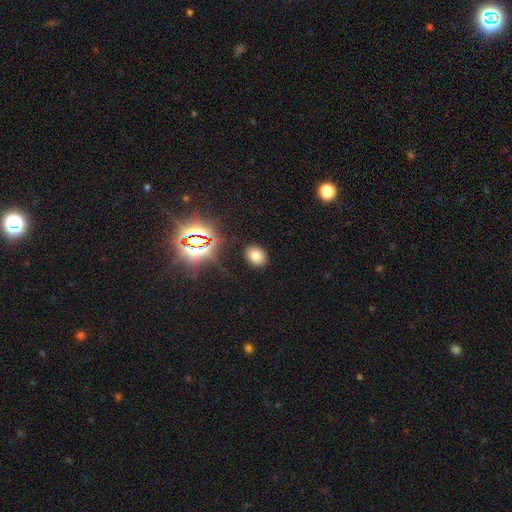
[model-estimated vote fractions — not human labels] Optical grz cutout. It shows a smooth galaxy with no disk features (71%) that is in between round and cigar-shaped (61%). Merging: none (87%).